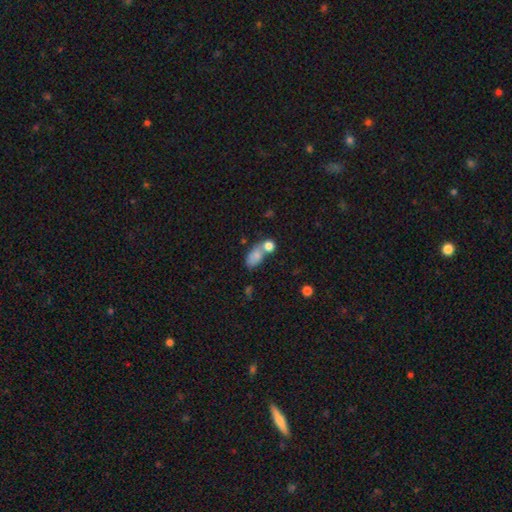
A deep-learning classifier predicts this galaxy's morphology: smooth-or-featured: smooth: 77% | featured or disk: 13% | star or artifact: 10%
  how-rounded: in between: 82% | round: 14% | cigar-shaped: 4%
  merging: merger: 45% | none: 34% | minor disturbance: 14% | major disturbance: 7%